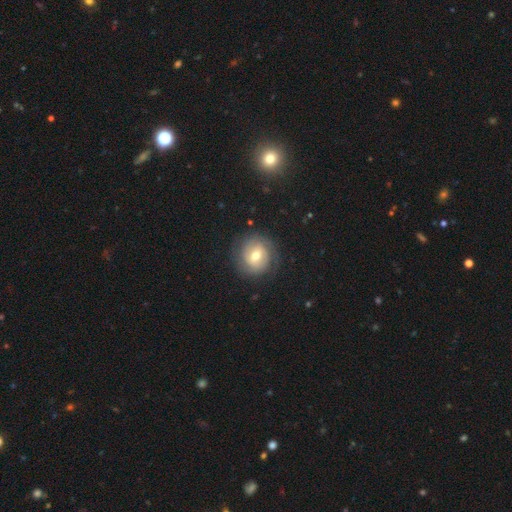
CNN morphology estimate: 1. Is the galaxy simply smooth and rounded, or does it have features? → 51% featured or disk, 41% smooth, 8% star or artifact.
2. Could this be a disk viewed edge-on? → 96% no, 4% yes.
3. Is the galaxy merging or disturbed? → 80% none, 12% minor disturbance, 6% major disturbance, 1% merger.